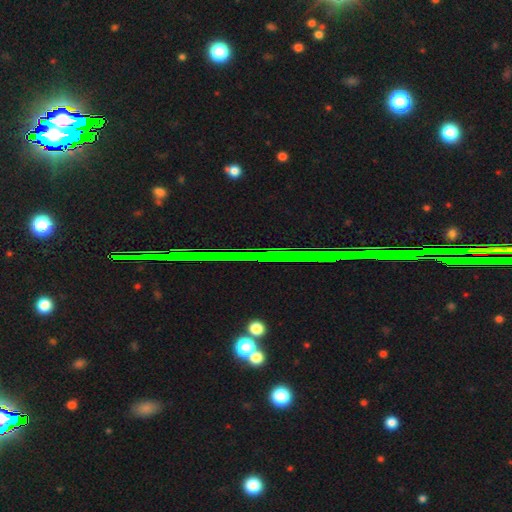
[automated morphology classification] This appears to be a star or artifact, not a galaxy (77%).